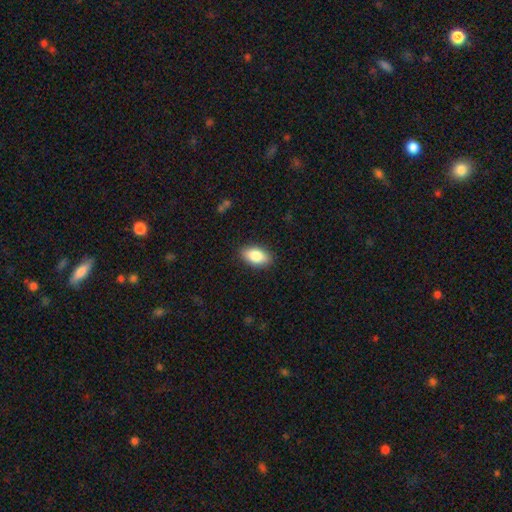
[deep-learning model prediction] Smooth or featured: smooth — 85% (featured or disk — 8%)
How rounded: in between — 92% (round — 5%)
Merging: none — 88% (minor disturbance — 9%)